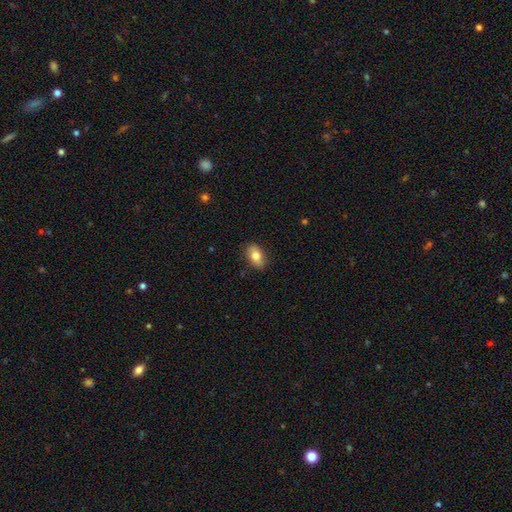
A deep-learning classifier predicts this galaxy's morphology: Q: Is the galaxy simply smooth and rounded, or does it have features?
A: smooth — 80%.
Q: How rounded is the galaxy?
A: in between — 88%.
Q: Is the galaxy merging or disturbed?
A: none — 84%.